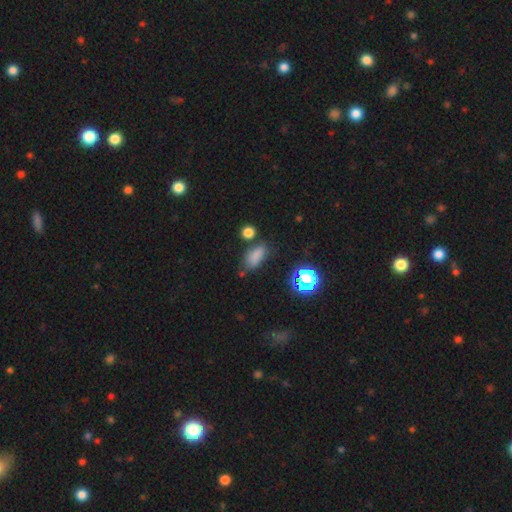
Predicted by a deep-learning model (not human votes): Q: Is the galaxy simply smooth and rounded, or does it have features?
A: smooth — 74%.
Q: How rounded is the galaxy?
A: in between — 82%.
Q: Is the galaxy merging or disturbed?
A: none — 61%.